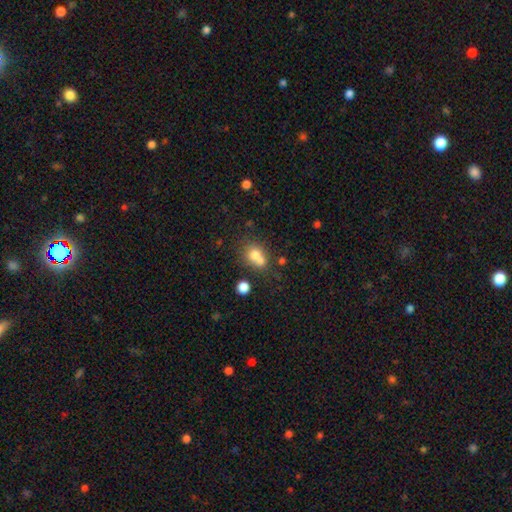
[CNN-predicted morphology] type=smooth (72%); roundness=round (65%); merging=merger (53%).